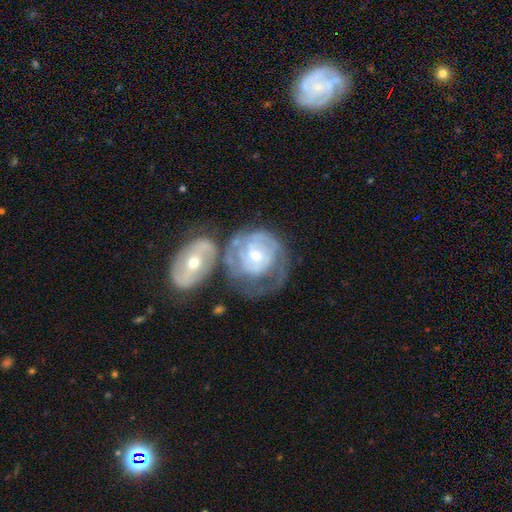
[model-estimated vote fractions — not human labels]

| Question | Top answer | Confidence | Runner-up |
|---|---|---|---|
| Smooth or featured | featured or disk | 76% | smooth (19%) |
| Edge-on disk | no | 97% | yes (3%) |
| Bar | no | 62% | weak (30%) |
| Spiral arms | yes | 82% | no (18%) |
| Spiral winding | tight | 66% | medium (24%) |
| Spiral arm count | can't tell | 44% | 2 (27%) |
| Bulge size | small | 57% | moderate (39%) |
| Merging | merger | 39% | none (25%) |